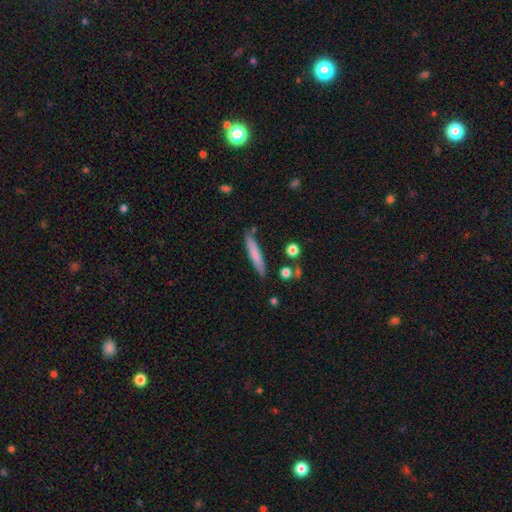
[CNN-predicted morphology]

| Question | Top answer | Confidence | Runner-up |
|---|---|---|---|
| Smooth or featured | smooth | 74% | featured or disk (20%) |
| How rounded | cigar-shaped | 92% | in between (7%) |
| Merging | none | 83% | minor disturbance (11%) |